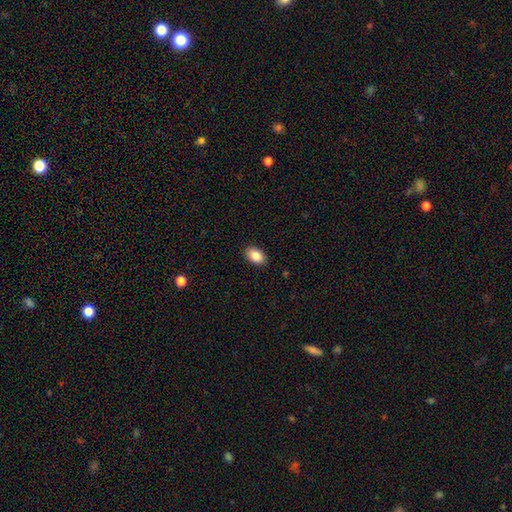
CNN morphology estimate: smooth-or-featured: smooth: 87% | star or artifact: 8% | featured or disk: 5%
  how-rounded: in between: 90% | round: 9% | cigar-shaped: 1%
  merging: none: 89% | minor disturbance: 8% | major disturbance: 2% | merger: 1%